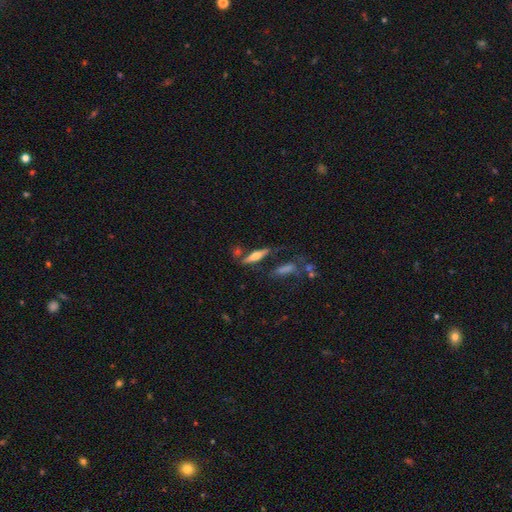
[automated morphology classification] Smooth or featured?
  - featured or disk: 55% *
  - smooth: 37%
  - star or artifact: 8%
Edge-on disk?
  - yes: 92% *
  - no: 8%
Edge-on bulge?
  - rounded: 91% *
  - boxy: 5%
  - none: 4%
Merging?
  - none: 70% *
  - minor disturbance: 15%
  - merger: 10%
  - major disturbance: 5%